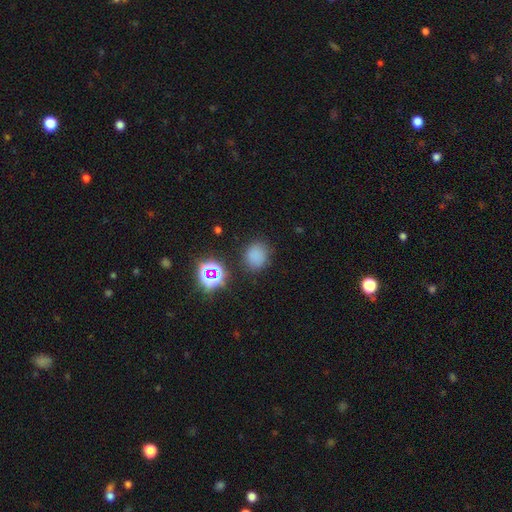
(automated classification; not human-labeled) Smooth or featured? Predicted: smooth (p=0.73). How rounded? Predicted: round (p=0.72). Merging? Predicted: none (p=0.81).